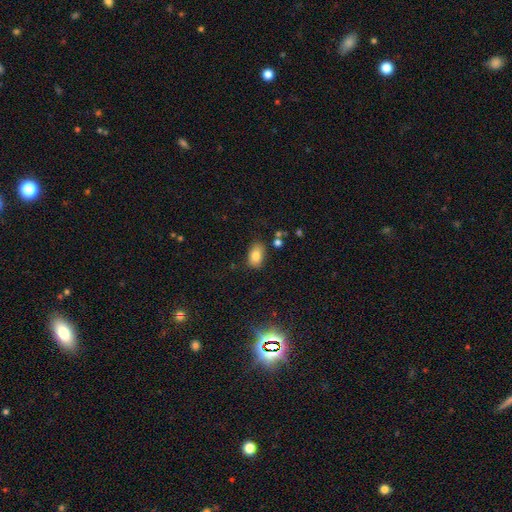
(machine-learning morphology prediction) smooth_or_featured: smooth (p=0.82) [alt: star or artifact p=0.09]
how_rounded: in between (p=0.86) [alt: round p=0.12]
merging: none (p=0.79) [alt: minor disturbance p=0.14]